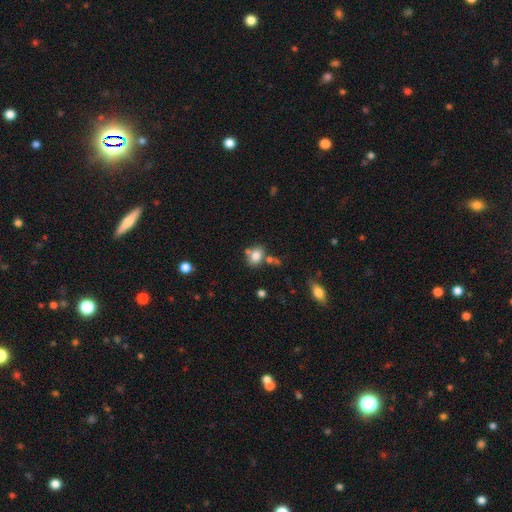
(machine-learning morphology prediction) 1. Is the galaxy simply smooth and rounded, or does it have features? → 79% smooth, 11% star or artifact, 10% featured or disk.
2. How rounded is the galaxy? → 57% in between, 41% round, 1% cigar-shaped.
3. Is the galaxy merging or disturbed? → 58% none, 21% merger, 16% minor disturbance, 5% major disturbance.